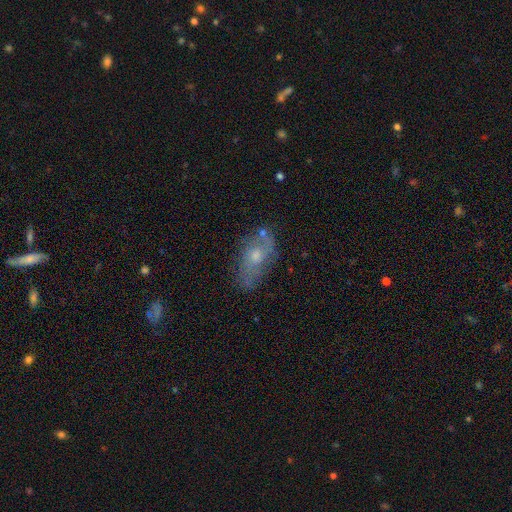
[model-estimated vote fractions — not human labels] Smooth or featured? featured or disk (53%)
Edge-on disk? no (87%)
Merging? none (63%)